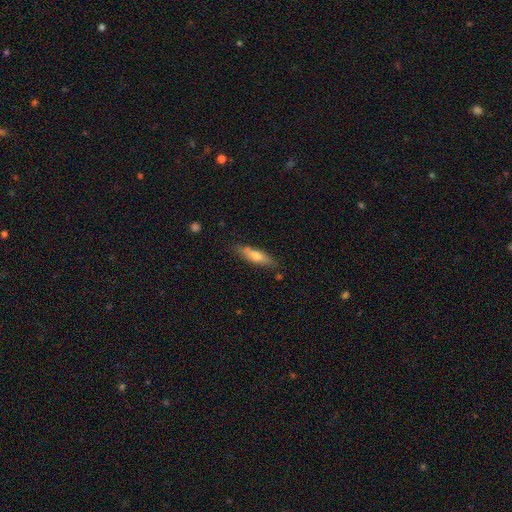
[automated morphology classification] Q: Smooth or featured?
A: smooth (64%); runner-up: featured or disk (29%)
Q: How rounded?
A: cigar-shaped (63%); runner-up: in between (35%)
Q: Merging?
A: none (76%); runner-up: minor disturbance (17%)